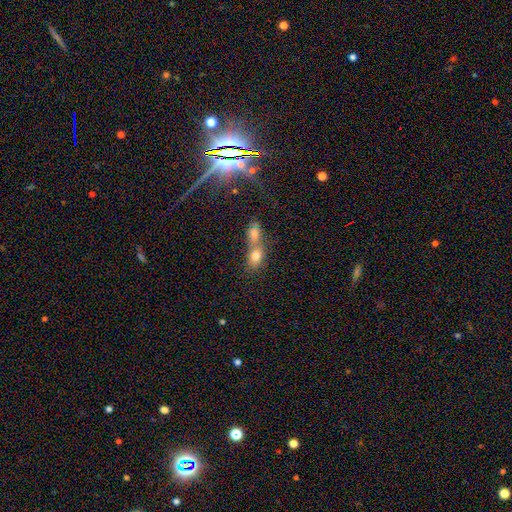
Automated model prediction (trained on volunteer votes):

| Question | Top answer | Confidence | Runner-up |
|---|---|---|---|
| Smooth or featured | smooth | 75% | featured or disk (13%) |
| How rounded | in between | 61% | round (35%) |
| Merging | merger | 66% | none (25%) |